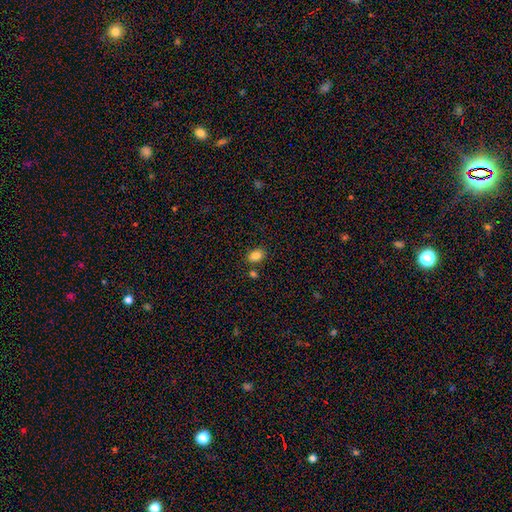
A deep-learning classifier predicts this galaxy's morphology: Smooth or featured?
  - smooth: 85% *
  - star or artifact: 9%
  - featured or disk: 5%
How rounded?
  - in between: 80% *
  - round: 19%
  - cigar-shaped: 1%
Merging?
  - none: 80% *
  - minor disturbance: 10%
  - merger: 7%
  - major disturbance: 3%